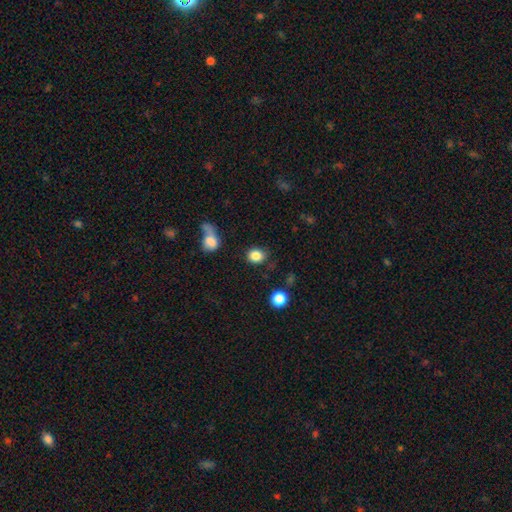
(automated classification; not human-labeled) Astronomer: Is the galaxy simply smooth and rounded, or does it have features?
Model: smooth — 85%.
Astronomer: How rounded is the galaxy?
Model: round — 72%.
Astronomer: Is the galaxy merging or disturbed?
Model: none — 78%.